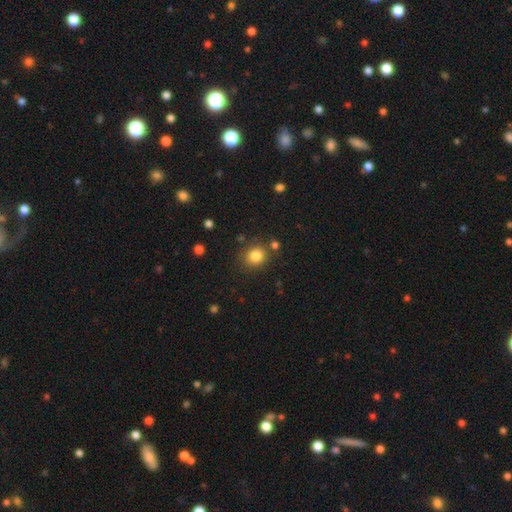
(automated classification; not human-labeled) Smooth or featured?
  - smooth: 83% *
  - star or artifact: 11%
  - featured or disk: 6%
How rounded?
  - round: 78% *
  - in between: 22%
  - cigar-shaped: 1%
Merging?
  - none: 81% *
  - minor disturbance: 10%
  - merger: 6%
  - major disturbance: 3%